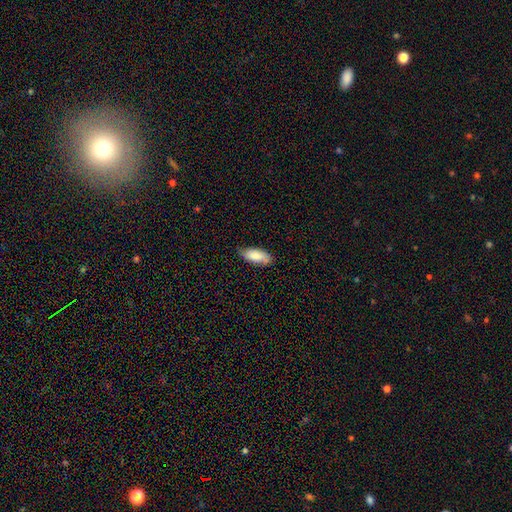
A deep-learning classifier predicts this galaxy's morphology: Overall: smooth (82%). How rounded: in between (81%). Merging: none (77%).